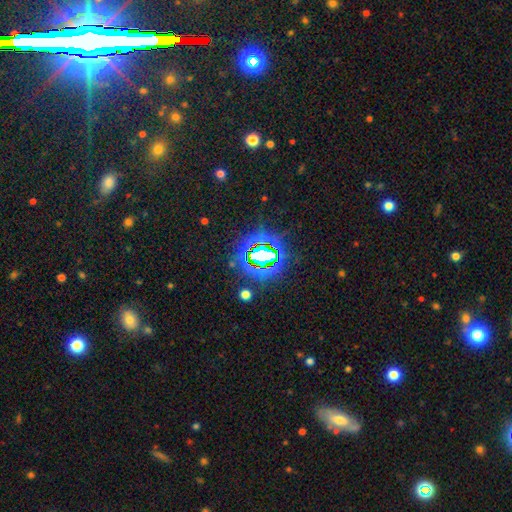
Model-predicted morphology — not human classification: smooth-or-featured: star or artifact: 80% | smooth: 12% | featured or disk: 8%